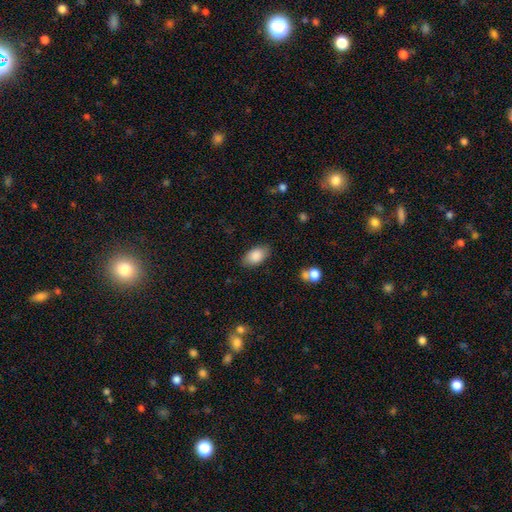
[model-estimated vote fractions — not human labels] Smooth or featured? Predicted: smooth (p=0.87). How rounded? Predicted: in between (p=0.93). Merging? Predicted: none (p=0.83).